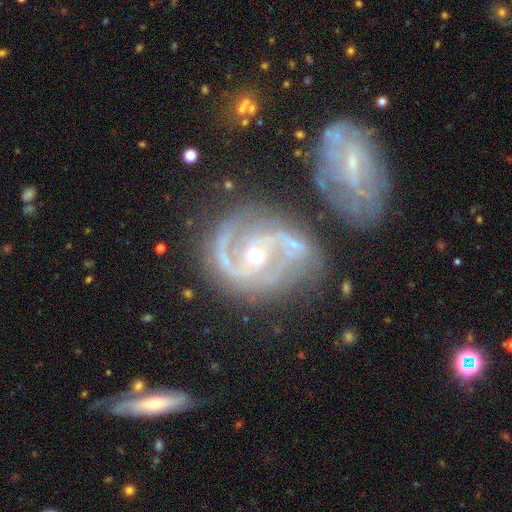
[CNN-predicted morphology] Q: Smooth or featured?
A: featured or disk (90%); runner-up: star or artifact (5%)
Q: Edge-on disk?
A: no (97%); runner-up: yes (3%)
Q: Bar?
A: no (42%); runner-up: weak (35%)
Q: Spiral arms?
A: yes (97%); runner-up: no (3%)
Q: Spiral winding?
A: medium (54%); runner-up: tight (30%)
Q: Spiral arm count?
A: 2 (78%); runner-up: 3 (8%)
Q: Bulge size?
A: small (49%); runner-up: moderate (48%)
Q: Merging?
A: none (52%); runner-up: merger (20%)